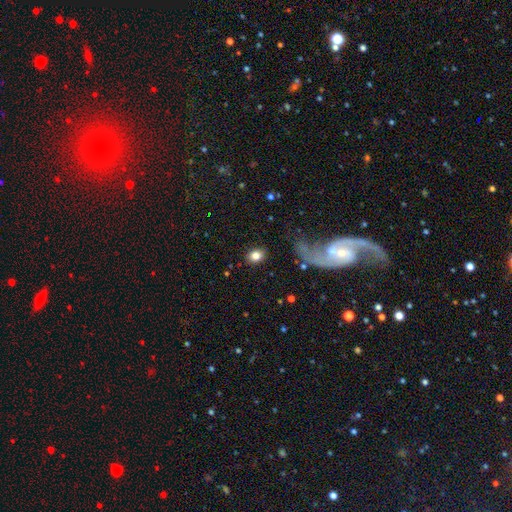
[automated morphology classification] This is clearly a smooth galaxy (81%). How rounded: likely in between (62%). Merging: clearly none (86%).